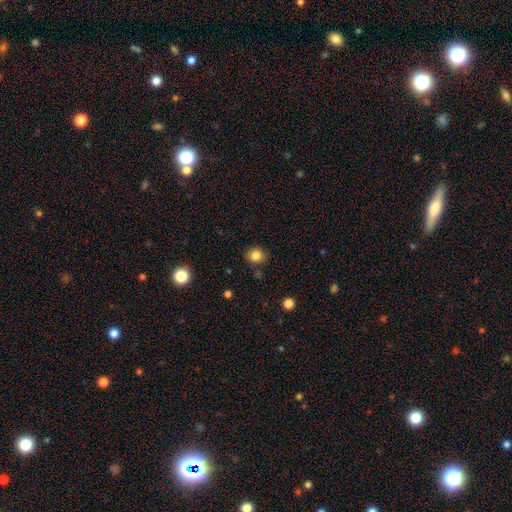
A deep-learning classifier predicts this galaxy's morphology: Smooth or featured? Predicted: smooth (p=0.83). How rounded? Predicted: round (p=0.75). Merging? Predicted: none (p=0.85).